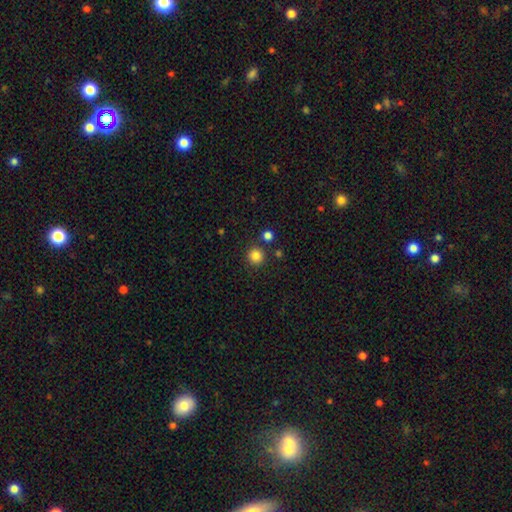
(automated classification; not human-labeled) A smooth galaxy with no disk features (84%) that is round (95%).

Vote fractions:
- Smooth or featured? smooth: 84% / star or artifact: 12% / featured or disk: 4%
- How rounded? round: 95% / in between: 4% / cigar-shaped: 1%
- Merging? none: 85% / minor disturbance: 6% / merger: 6% / major disturbance: 2%